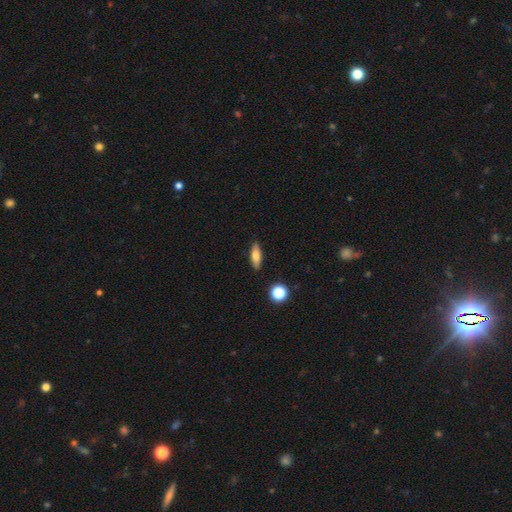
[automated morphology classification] This appears to be a smooth galaxy with no disk features (72%) that is in between round and cigar-shaped (57%). Merging: none (87%).